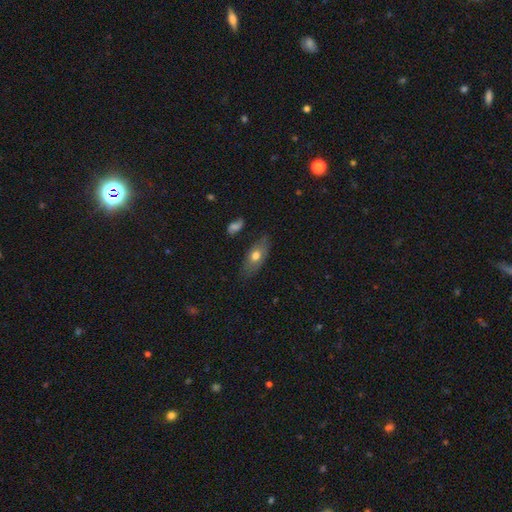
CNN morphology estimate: Overall: smooth (64%; featured or disk 29%). How rounded: in between (84%). Merging: none (75%).